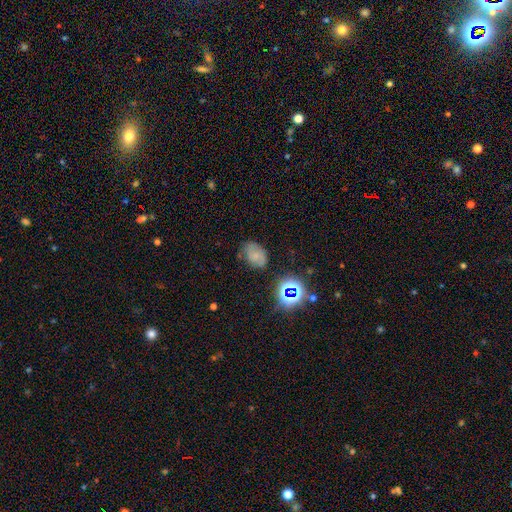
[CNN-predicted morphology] Overall: smooth (52%; featured or disk 28%). How rounded: in between (76%). Merging: none (68%).